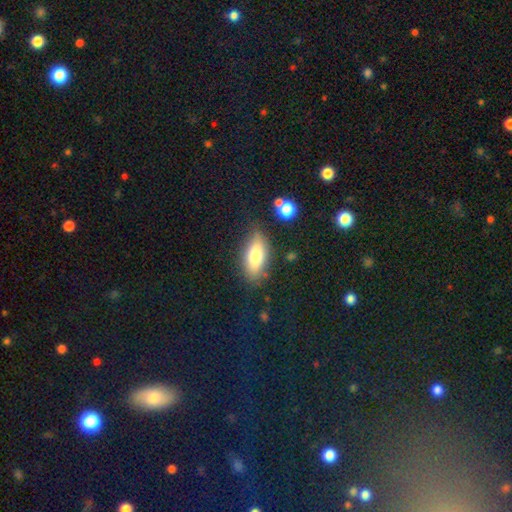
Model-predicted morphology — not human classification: A smooth galaxy with no disk features (73%) that is in between round and cigar-shaped (81%).

Vote fractions:
- Smooth or featured? smooth: 73% / featured or disk: 19% / star or artifact: 8%
- How rounded? in between: 81% / cigar-shaped: 15% / round: 3%
- Merging? none: 78% / minor disturbance: 15% / major disturbance: 4% / merger: 3%